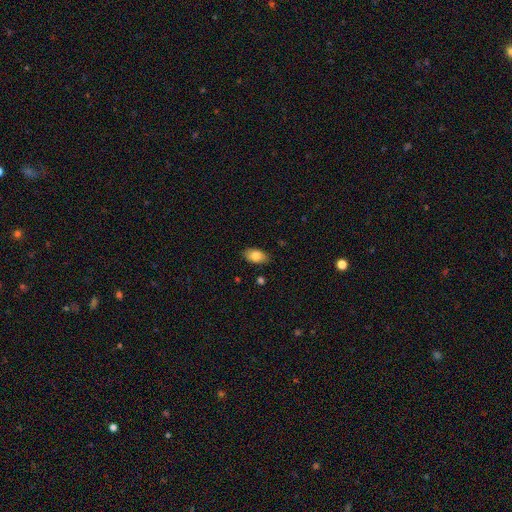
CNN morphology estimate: smooth-or-featured: smooth: 82% | featured or disk: 11% | star or artifact: 7%
  how-rounded: in between: 93% | round: 5% | cigar-shaped: 2%
  merging: none: 86% | minor disturbance: 10% | major disturbance: 2% | merger: 1%